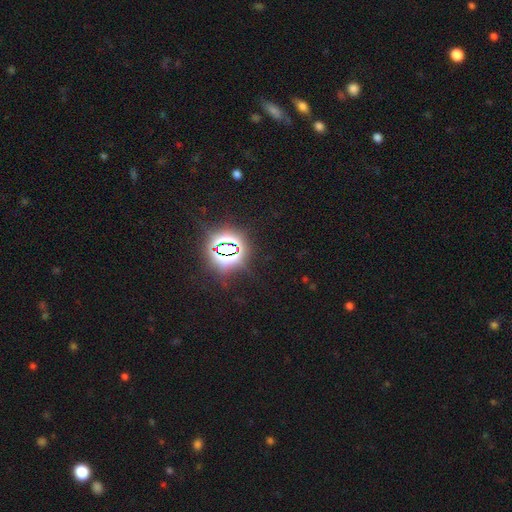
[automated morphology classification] Smooth or featured?
  - star or artifact: 81% *
  - smooth: 12%
  - featured or disk: 7%